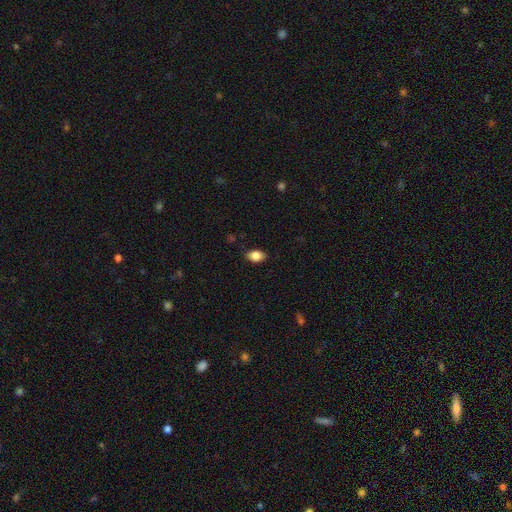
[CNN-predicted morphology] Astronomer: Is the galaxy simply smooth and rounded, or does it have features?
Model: smooth — 84%.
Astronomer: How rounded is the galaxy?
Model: in between — 87%.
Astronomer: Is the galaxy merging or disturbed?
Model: none — 84%.